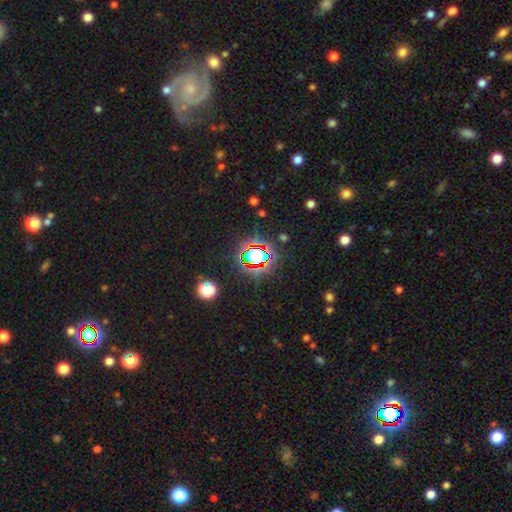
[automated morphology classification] Overall: star or artifact (74%).